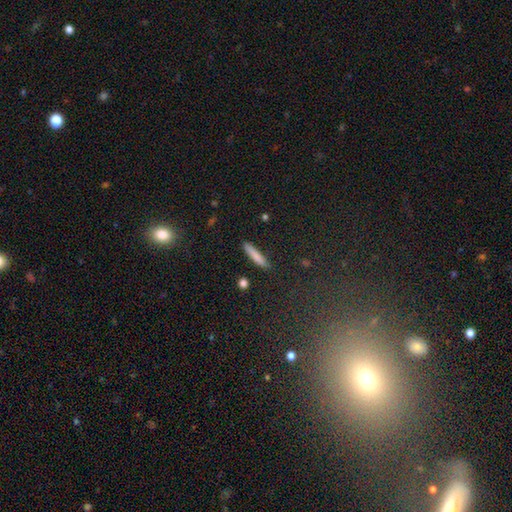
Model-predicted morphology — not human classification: Smooth or featured? smooth (79%)
How rounded? cigar-shaped (92%)
Merging? none (89%)